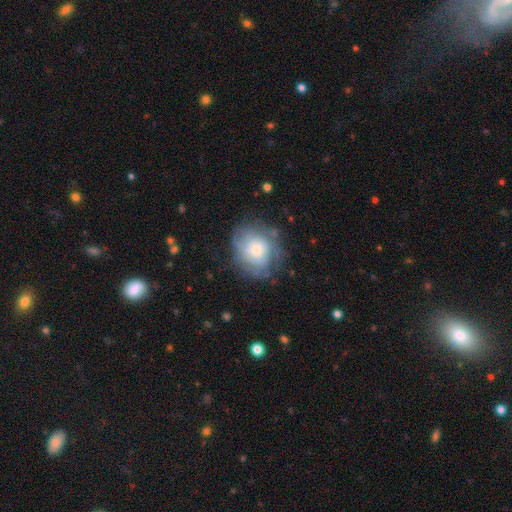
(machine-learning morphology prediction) A featured or disk galaxy (48%). Merging: none (64%).